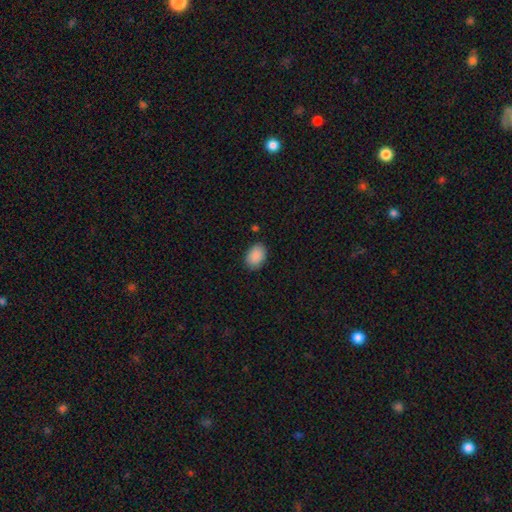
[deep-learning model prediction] A smooth galaxy with no disk features (90%) that is in between round and cigar-shaped (82%).

Vote fractions:
- Smooth or featured? smooth: 90% / star or artifact: 7% / featured or disk: 3%
- How rounded? in between: 82% / round: 17% / cigar-shaped: 1%
- Merging? none: 86% / minor disturbance: 10% / major disturbance: 2% / merger: 1%